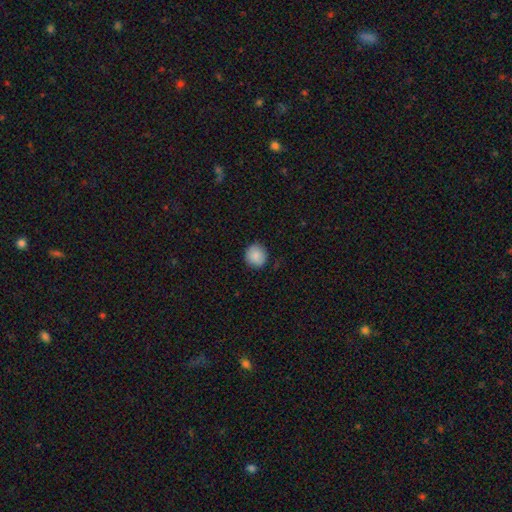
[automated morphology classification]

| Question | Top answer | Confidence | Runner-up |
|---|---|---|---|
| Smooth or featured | smooth | 87% | star or artifact (8%) |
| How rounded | round | 88% | in between (11%) |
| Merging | none | 86% | minor disturbance (11%) |